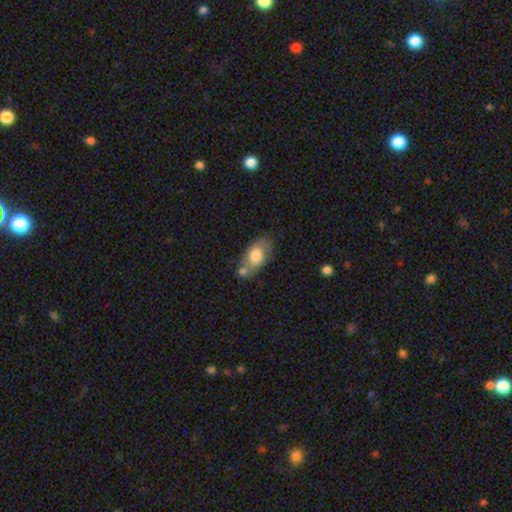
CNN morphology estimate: smooth-or-featured: smooth: 70% | featured or disk: 23% | star or artifact: 7%
  how-rounded: in between: 88% | round: 8% | cigar-shaped: 4%
  merging: none: 48% | merger: 24% | minor disturbance: 21% | major disturbance: 6%